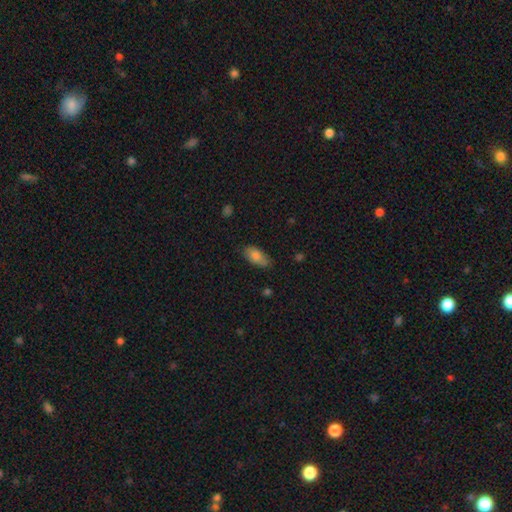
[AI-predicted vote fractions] Morphology: type=smooth (80%); roundness=in between (90%); merging=none (76%).